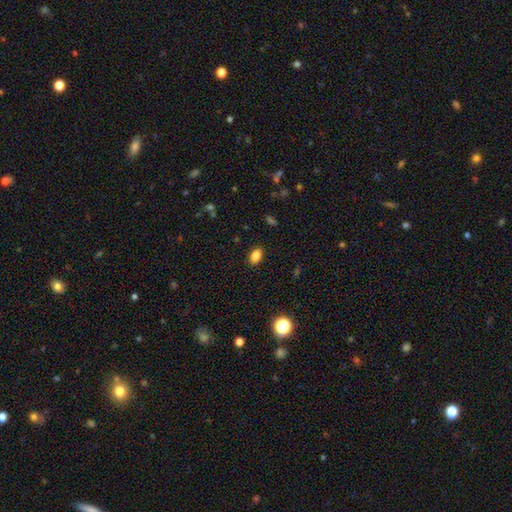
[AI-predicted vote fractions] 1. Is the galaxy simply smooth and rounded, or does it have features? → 84% smooth, 11% star or artifact, 5% featured or disk.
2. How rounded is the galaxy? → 86% in between, 12% round, 2% cigar-shaped.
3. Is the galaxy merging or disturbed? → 88% none, 9% minor disturbance, 2% major disturbance, 1% merger.